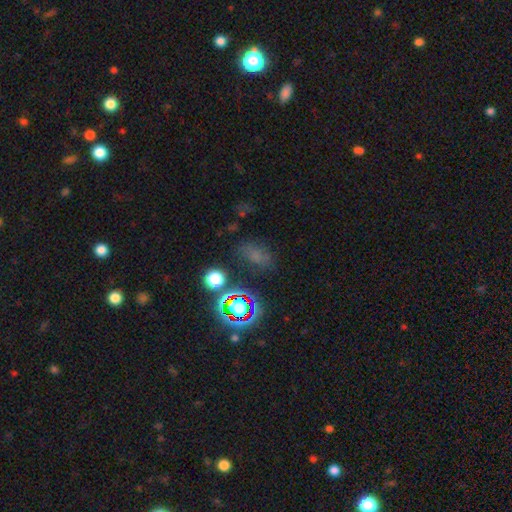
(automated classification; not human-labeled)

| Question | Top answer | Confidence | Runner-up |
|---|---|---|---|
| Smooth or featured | smooth | 51% | star or artifact (34%) |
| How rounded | in between | 73% | round (23%) |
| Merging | none | 69% | minor disturbance (17%) |